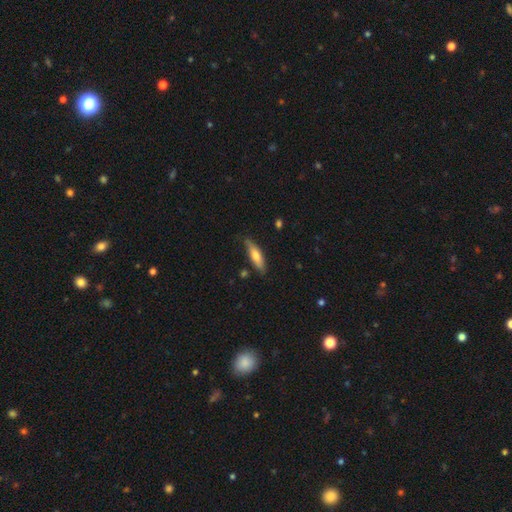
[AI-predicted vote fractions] smooth-or-featured: smooth: 62% | featured or disk: 32% | star or artifact: 6%
  how-rounded: cigar-shaped: 65% | in between: 34% | round: 2%
  merging: none: 76% | minor disturbance: 19% | major disturbance: 3% | merger: 2%